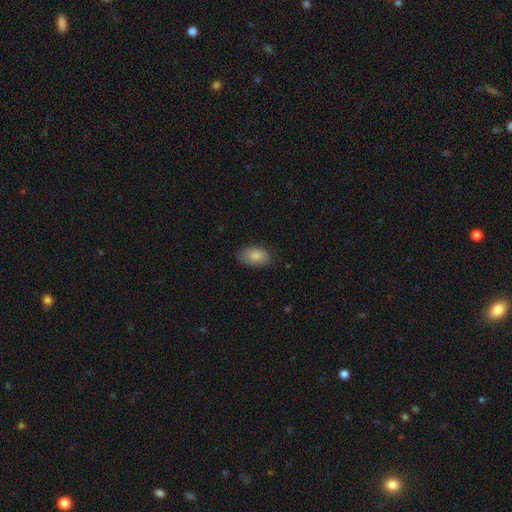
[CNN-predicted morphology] type=smooth (86%); roundness=in between (92%); merging=none (81%).